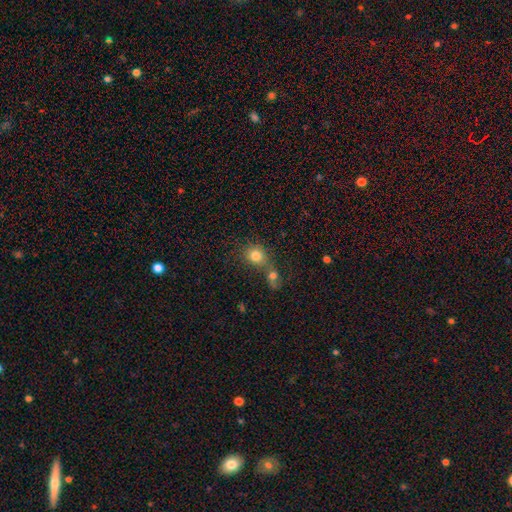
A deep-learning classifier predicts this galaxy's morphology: Overall: smooth (80%). How rounded: round (76%). Merging: merger (48%; none 40%).